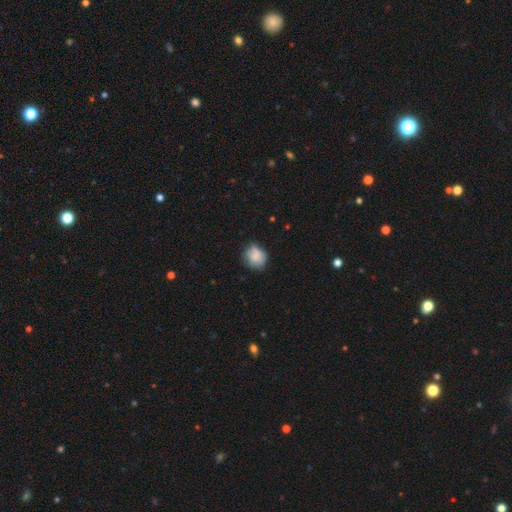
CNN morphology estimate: This appears to be a smooth galaxy with no disk features (80%) that is round (78%). Merging: none (64%).